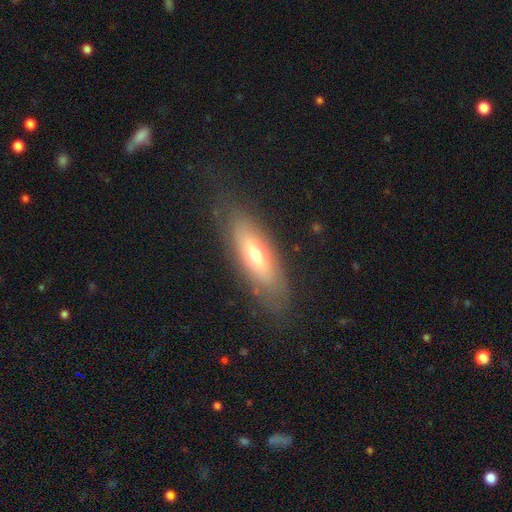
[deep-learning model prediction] smooth_or_featured: smooth (p=0.51) [alt: featured or disk p=0.41]
how_rounded: in between (p=0.62) [alt: cigar-shaped p=0.35]
merging: none (p=0.77) [alt: minor disturbance p=0.15]